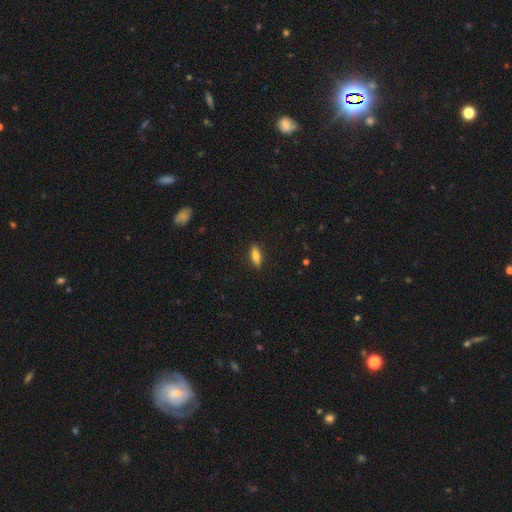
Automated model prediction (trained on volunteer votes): smooth 75%, featured or disk 18%, star or artifact 7%. Down the decision tree: how rounded — in between (57%); merging — none (88%).